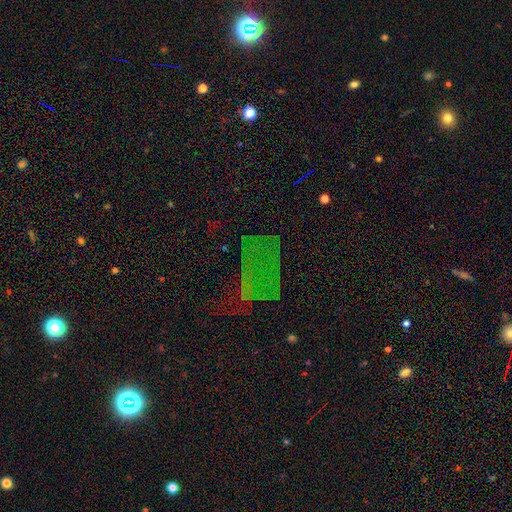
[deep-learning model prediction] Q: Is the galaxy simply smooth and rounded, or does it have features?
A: star or artifact — 51%.